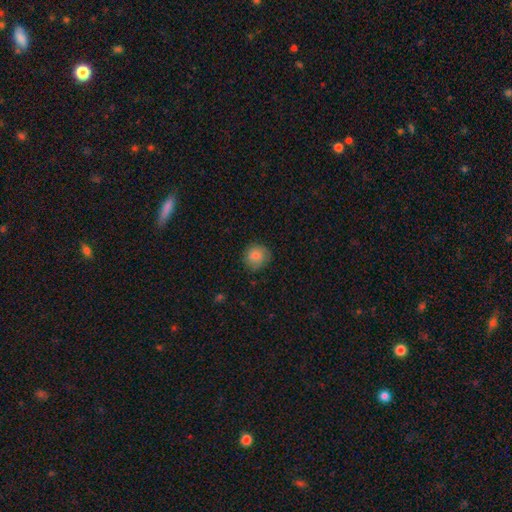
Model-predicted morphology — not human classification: A smooth galaxy with no disk features (85%) that is round (85%). Merging: none (78%).